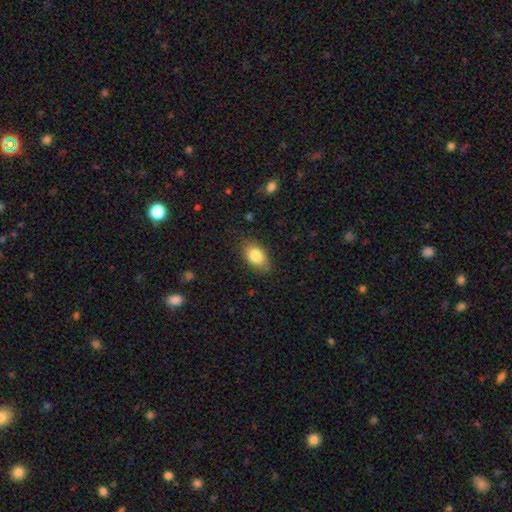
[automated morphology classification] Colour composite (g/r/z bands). It shows a smooth galaxy with no disk features (82%) that is in between round and cigar-shaped (87%). Merging: none (82%).